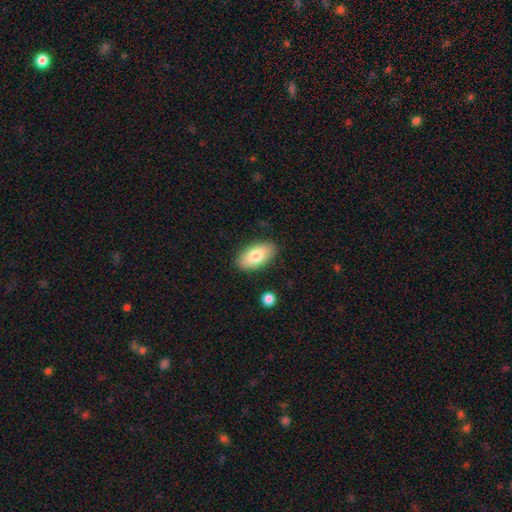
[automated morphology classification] This is likely a smooth galaxy (79%). How rounded: clearly in between (94%). Merging: clearly none (87%).